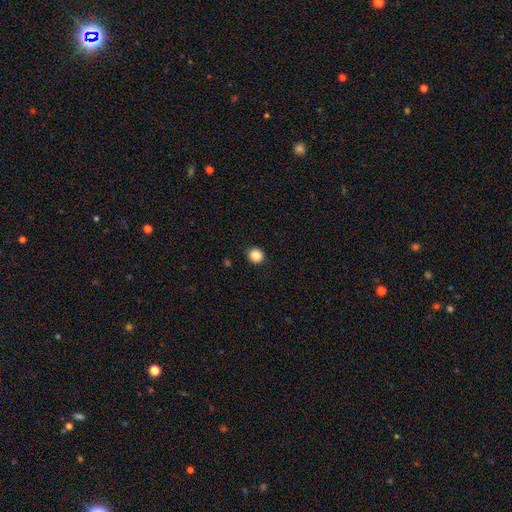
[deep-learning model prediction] Overall: smooth (85%). How rounded: round (90%). Merging: none (93%).